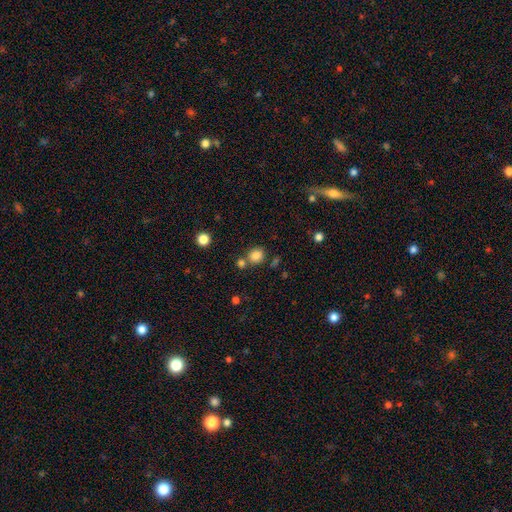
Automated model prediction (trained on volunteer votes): A smooth galaxy with no disk features (83%) that is round (71%). Merging: none (67%).